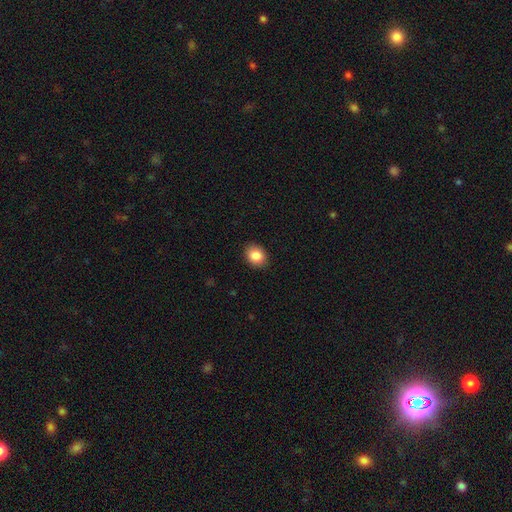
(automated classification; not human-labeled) A smooth galaxy with no disk features (86%) that is in between round and cigar-shaped (54%).

Vote fractions:
- Smooth or featured? smooth: 86% / star or artifact: 9% / featured or disk: 5%
- How rounded? in between: 54% / round: 45% / cigar-shaped: 1%
- Merging? none: 89% / minor disturbance: 8% / major disturbance: 2% / merger: 1%